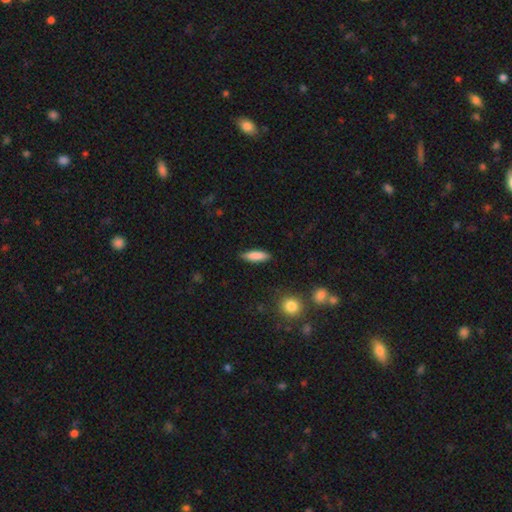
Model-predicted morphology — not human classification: smooth-or-featured: smooth: 85% | featured or disk: 8% | star or artifact: 6%
  how-rounded: cigar-shaped: 59% | in between: 39% | round: 2%
  merging: none: 87% | minor disturbance: 10% | major disturbance: 2% | merger: 1%